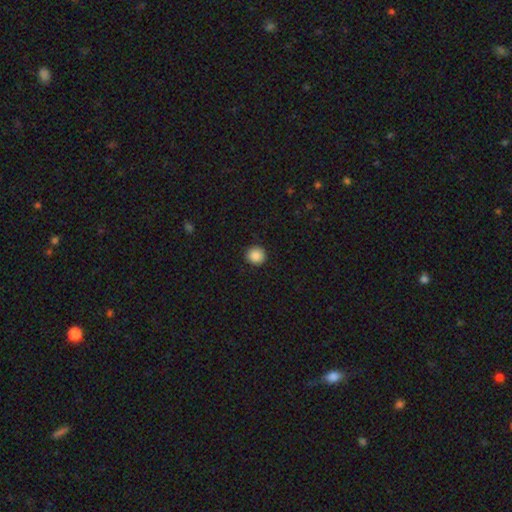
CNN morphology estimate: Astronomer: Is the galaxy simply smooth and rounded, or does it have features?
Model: smooth — 89%.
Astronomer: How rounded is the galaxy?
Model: round — 93%.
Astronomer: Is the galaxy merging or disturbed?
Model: none — 92%.